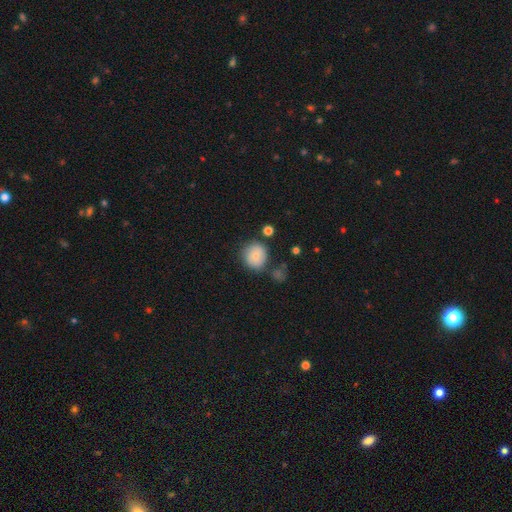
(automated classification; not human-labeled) Smooth or featured? Predicted: smooth (p=0.74). How rounded? Predicted: round (p=0.88). Merging? Predicted: none (p=0.70).